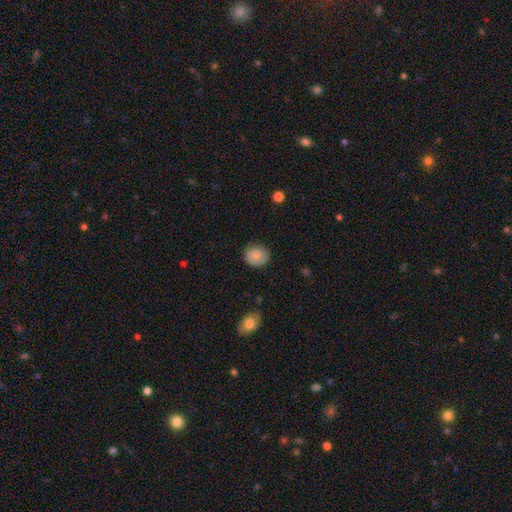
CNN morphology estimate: smooth-or-featured: smooth: 85% | featured or disk: 8% | star or artifact: 7%
  how-rounded: round: 75% | in between: 24% | cigar-shaped: 1%
  merging: none: 81% | minor disturbance: 15% | major disturbance: 3% | merger: 1%